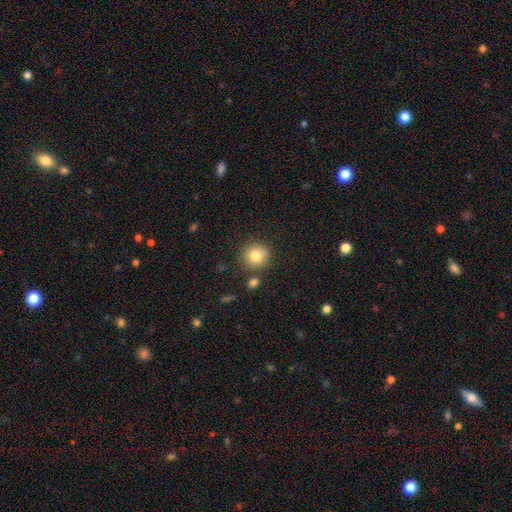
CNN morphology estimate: This appears to be a smooth galaxy with no disk features (83%) that is round (92%). Merging: none (81%).